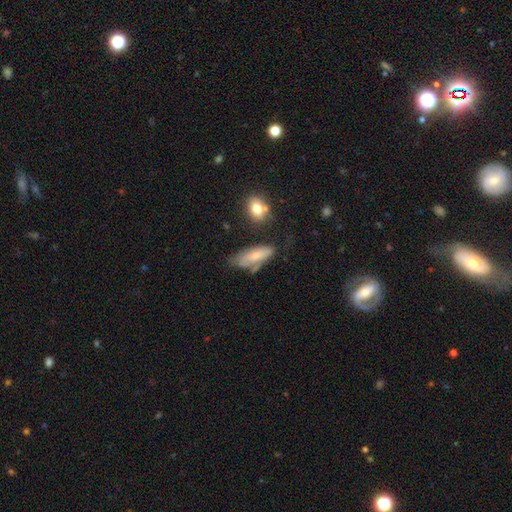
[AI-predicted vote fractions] smooth 59%, featured or disk 34%, star or artifact 8%. Down the decision tree: how rounded — in between (75%); merging — none (44%).